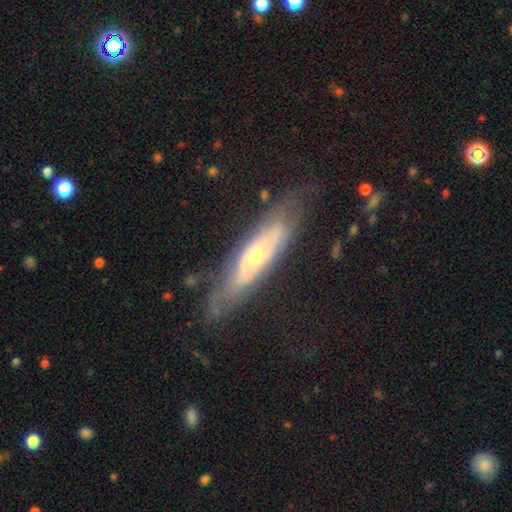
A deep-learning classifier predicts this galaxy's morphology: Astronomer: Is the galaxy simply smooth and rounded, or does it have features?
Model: featured or disk — 72%.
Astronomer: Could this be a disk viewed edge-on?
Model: no — 66%.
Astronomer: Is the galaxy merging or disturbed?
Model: none — 65%.